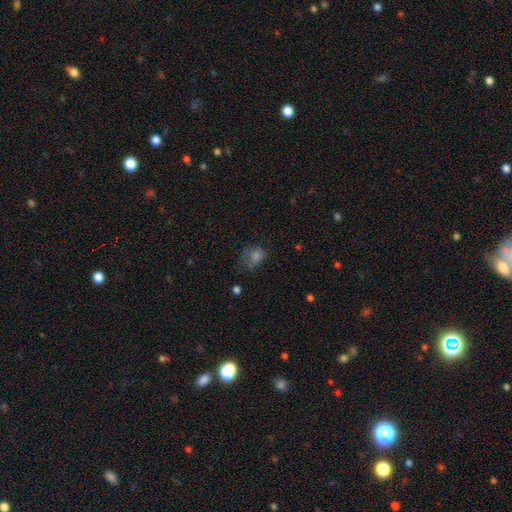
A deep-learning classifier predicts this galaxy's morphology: smooth_or_featured: smooth (p=0.61) [alt: star or artifact p=0.22]
how_rounded: in between (p=0.56) [alt: round p=0.42]
merging: none (p=0.45) [alt: major disturbance p=0.26]